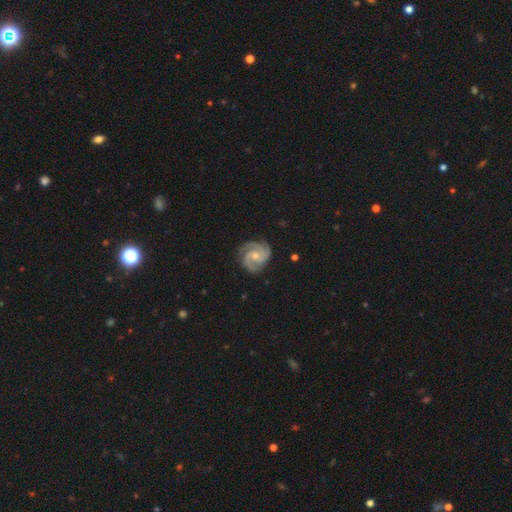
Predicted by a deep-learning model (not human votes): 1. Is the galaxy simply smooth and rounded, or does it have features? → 90% featured or disk, 6% smooth, 4% star or artifact.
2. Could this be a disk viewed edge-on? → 98% no, 2% yes.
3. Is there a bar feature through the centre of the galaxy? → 58% no, 35% weak, 7% strong.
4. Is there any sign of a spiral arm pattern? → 98% yes, 2% no.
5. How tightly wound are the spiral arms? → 49% tight, 44% medium, 7% loose.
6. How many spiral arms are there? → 62% 3, 15% 2, 9% 4, 6% can't tell, 4% 1, 4% more than 4.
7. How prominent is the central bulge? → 55% small, 41% moderate, 2% none, 1% large, 1% dominant.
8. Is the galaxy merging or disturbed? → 78% none, 16% minor disturbance, 4% major disturbance, 1% merger.